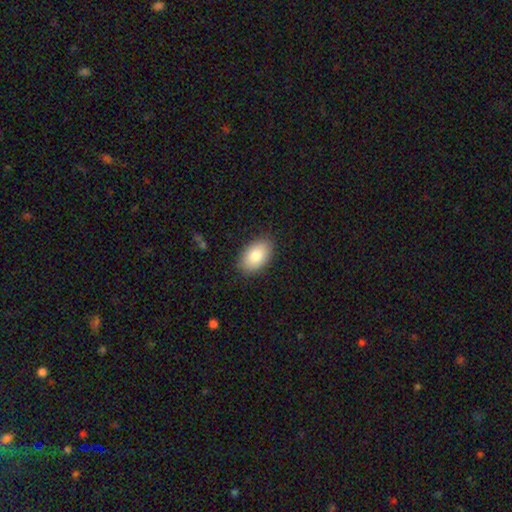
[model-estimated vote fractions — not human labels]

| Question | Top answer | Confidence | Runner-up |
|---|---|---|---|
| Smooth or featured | smooth | 81% | featured or disk (12%) |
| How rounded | in between | 92% | round (6%) |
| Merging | none | 86% | minor disturbance (10%) |